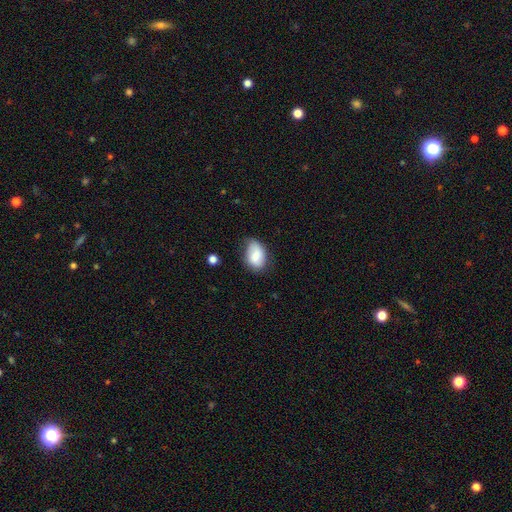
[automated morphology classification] Smooth or featured? smooth (77%)
How rounded? in between (87%)
Merging? none (57%)